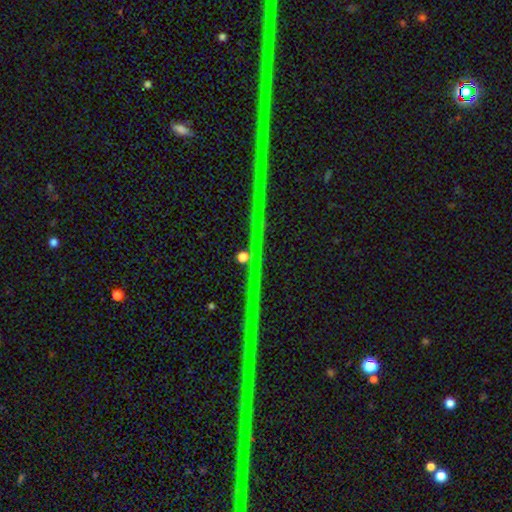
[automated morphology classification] Overall: star or artifact (89%).